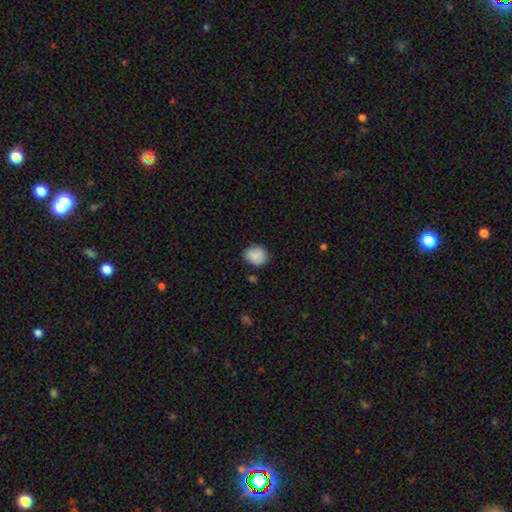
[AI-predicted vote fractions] This is clearly a smooth galaxy (87%). How rounded: likely round (70%). Merging: likely none (74%).